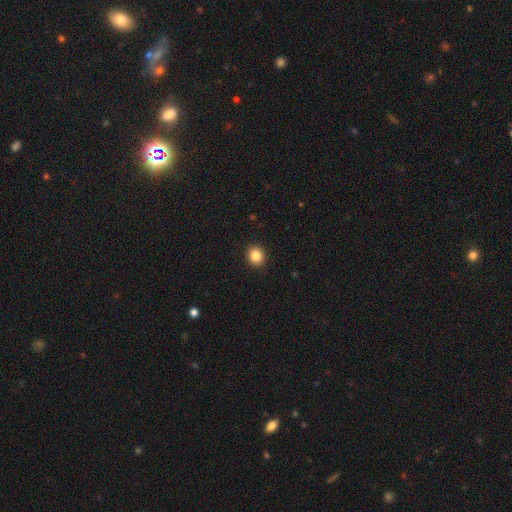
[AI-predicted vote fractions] A smooth galaxy with no disk features (85%) that is round (74%). Merging: none (92%).